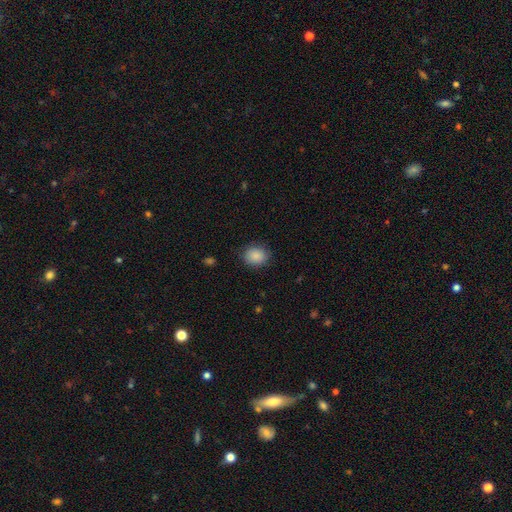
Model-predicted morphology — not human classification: Overall: smooth (88%). How rounded: round (61%; in between 38%). Merging: none (85%).